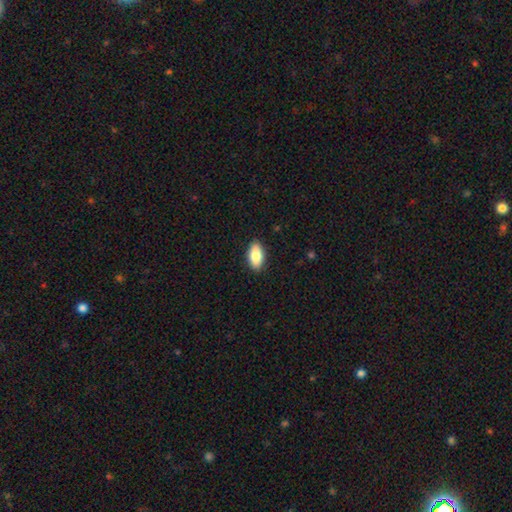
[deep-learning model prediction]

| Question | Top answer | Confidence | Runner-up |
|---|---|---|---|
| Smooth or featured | smooth | 84% | featured or disk (10%) |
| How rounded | in between | 91% | cigar-shaped (6%) |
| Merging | none | 89% | minor disturbance (8%) |